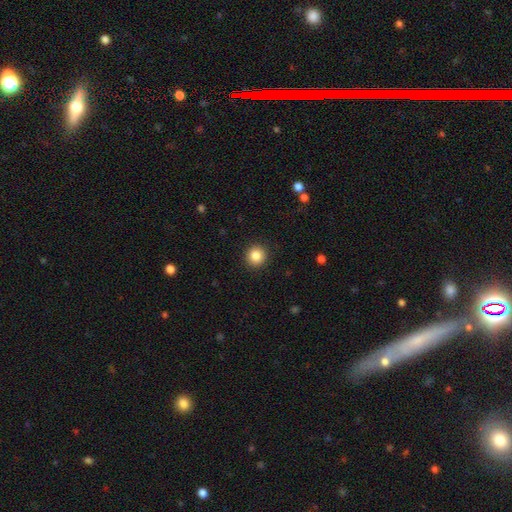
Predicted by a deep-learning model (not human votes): Smooth or featured: smooth — 85% (star or artifact — 10%)
How rounded: round — 94% (in between — 5%)
Merging: none — 92% (minor disturbance — 5%)